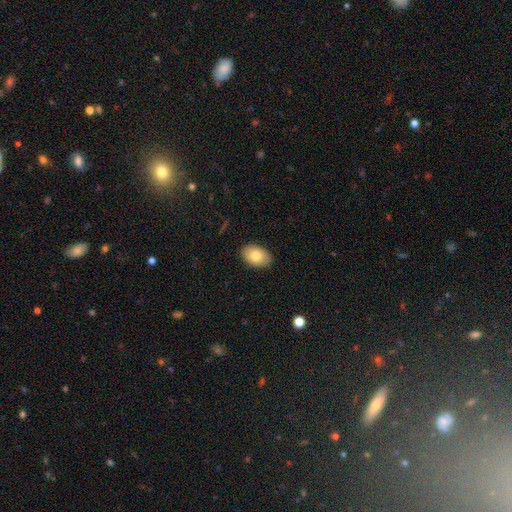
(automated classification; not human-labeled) Q: Smooth or featured?
A: smooth (78%); runner-up: featured or disk (15%)
Q: How rounded?
A: in between (88%); runner-up: round (11%)
Q: Merging?
A: none (87%); runner-up: minor disturbance (10%)